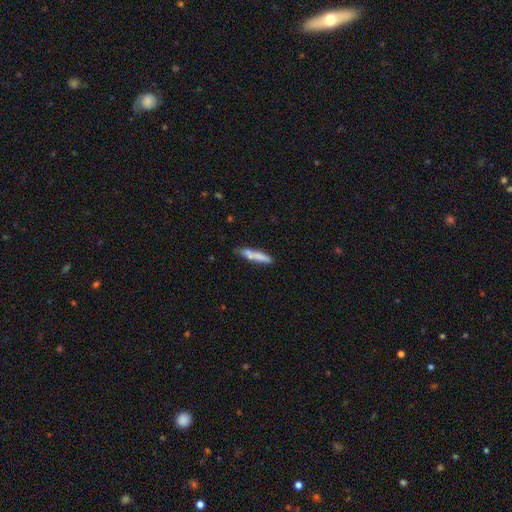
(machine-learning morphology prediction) The model was most divided on "merging": none: 65%, minor disturbance: 18%, merger: 13%, major disturbance: 4%. More confident: how rounded — cigar-shaped (88%); smooth or featured — smooth (71%).